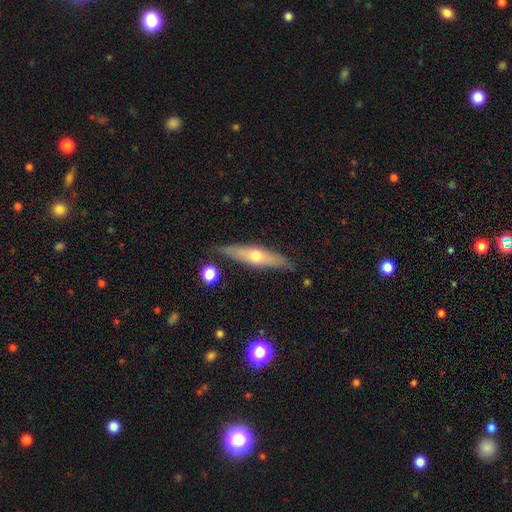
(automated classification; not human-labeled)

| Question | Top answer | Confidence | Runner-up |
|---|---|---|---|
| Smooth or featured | featured or disk | 57% | smooth (37%) |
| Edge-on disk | yes | 86% | no (14%) |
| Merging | none | 85% | minor disturbance (11%) |